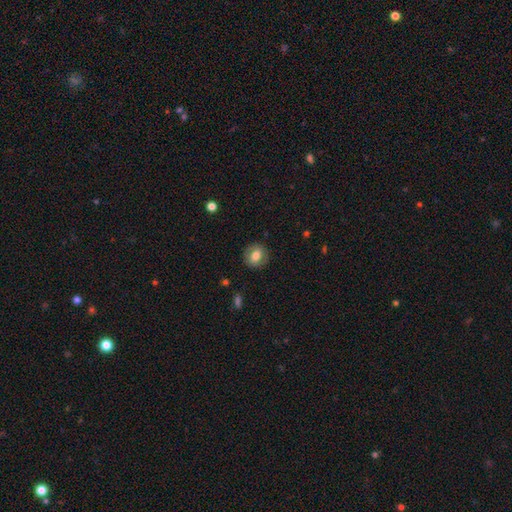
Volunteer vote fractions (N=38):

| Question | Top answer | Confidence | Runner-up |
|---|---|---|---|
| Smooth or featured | smooth | 79% | featured or disk (13%) |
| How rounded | round | 77% | in between (23%) |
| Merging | none | 86% | minor disturbance (9%) |